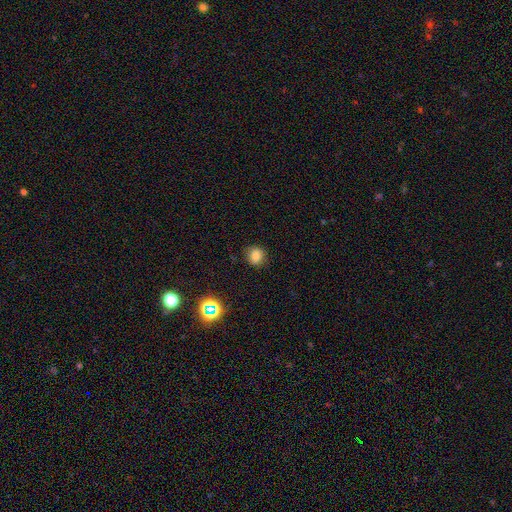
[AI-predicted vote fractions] smooth_or_featured: smooth (p=0.80) [alt: star or artifact p=0.14]
how_rounded: round (p=0.77) [alt: in between p=0.22]
merging: none (p=0.85) [alt: minor disturbance p=0.11]